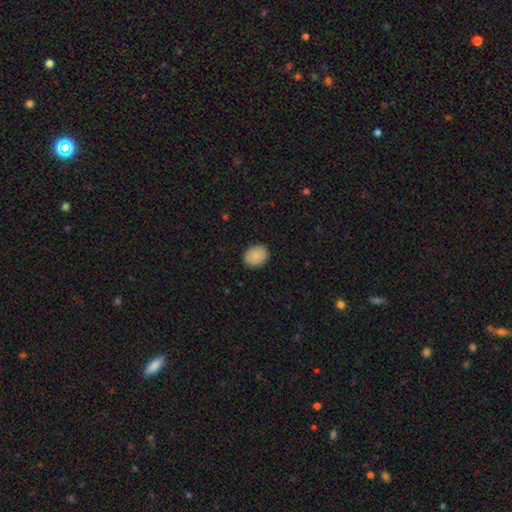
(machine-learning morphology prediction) smooth_or_featured: smooth (p=0.87) [alt: star or artifact p=0.07]
how_rounded: in between (p=0.50) [alt: round p=0.49]
merging: none (p=0.89) [alt: minor disturbance p=0.08]